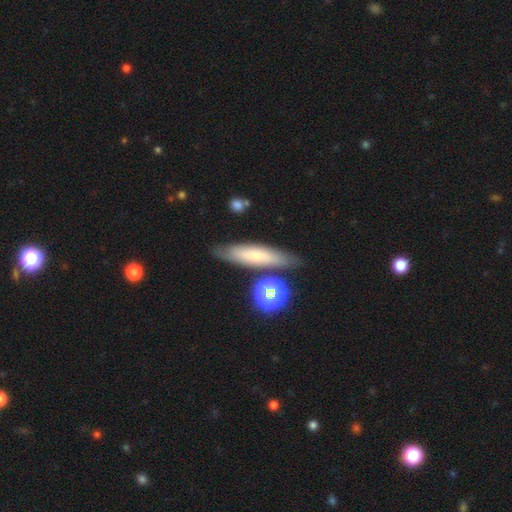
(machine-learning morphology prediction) This is possibly a smooth galaxy (58%). How rounded: likely cigar-shaped (73%). Merging: likely none (77%).